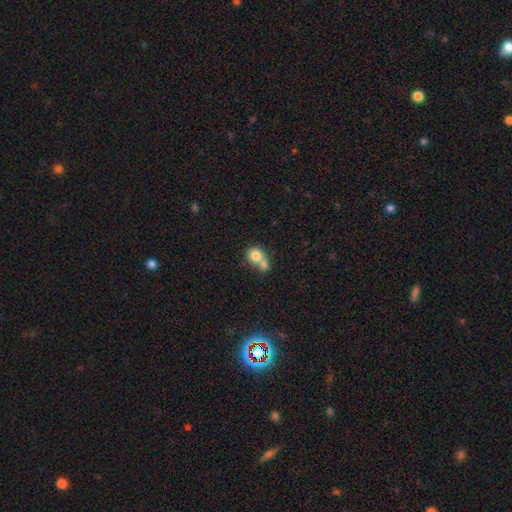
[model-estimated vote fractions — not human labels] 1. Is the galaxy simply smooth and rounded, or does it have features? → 79% smooth, 12% featured or disk, 9% star or artifact.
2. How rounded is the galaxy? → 81% round, 18% in between, 1% cigar-shaped.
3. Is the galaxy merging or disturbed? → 61% merger, 30% none, 6% minor disturbance, 3% major disturbance.